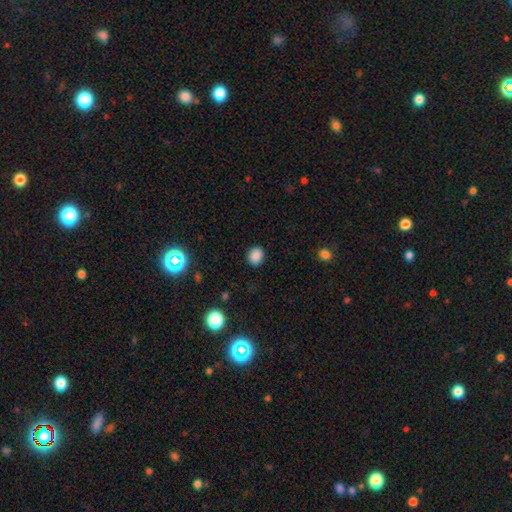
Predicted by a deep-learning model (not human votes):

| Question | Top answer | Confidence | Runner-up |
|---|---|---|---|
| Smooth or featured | smooth | 86% | star or artifact (11%) |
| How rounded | round | 60% | in between (39%) |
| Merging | none | 89% | minor disturbance (8%) |